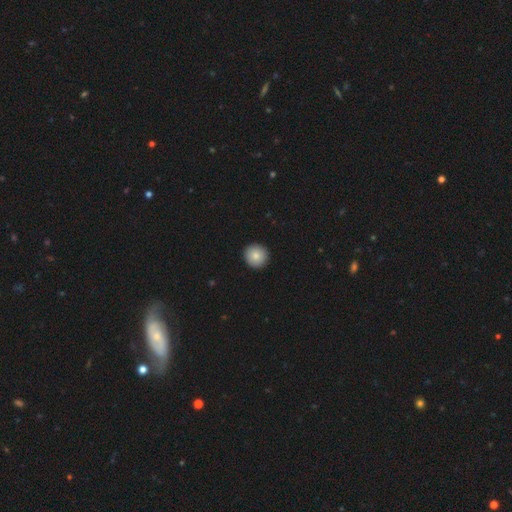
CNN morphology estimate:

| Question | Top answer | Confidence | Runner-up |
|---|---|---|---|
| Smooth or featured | smooth | 84% | star or artifact (8%) |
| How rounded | round | 95% | in between (4%) |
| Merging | none | 94% | minor disturbance (4%) |